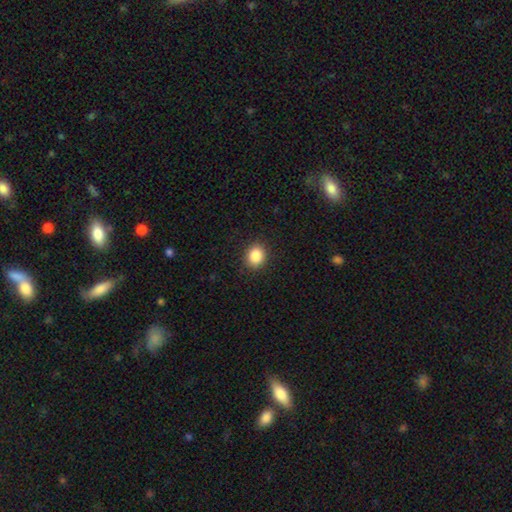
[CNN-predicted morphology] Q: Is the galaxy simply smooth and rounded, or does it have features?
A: smooth — 86%.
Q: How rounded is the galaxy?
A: round — 68%.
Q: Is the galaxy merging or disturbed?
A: none — 90%.